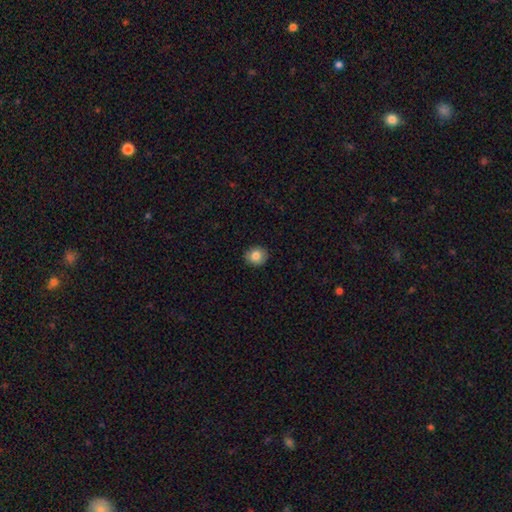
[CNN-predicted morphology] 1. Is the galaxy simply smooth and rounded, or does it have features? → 82% smooth, 9% star or artifact, 9% featured or disk.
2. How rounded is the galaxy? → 80% round, 19% in between, 1% cigar-shaped.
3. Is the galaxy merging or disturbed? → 89% none, 8% minor disturbance, 2% major disturbance, 1% merger.